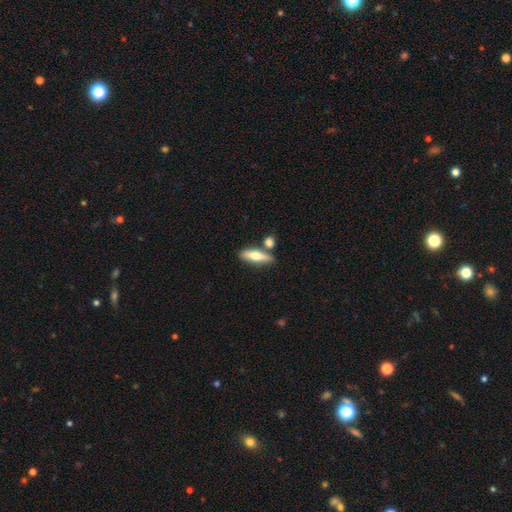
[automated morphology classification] smooth-or-featured: smooth: 62% | featured or disk: 32% | star or artifact: 6%
  how-rounded: cigar-shaped: 56% | in between: 41% | round: 4%
  merging: none: 65% | merger: 18% | minor disturbance: 13% | major disturbance: 4%